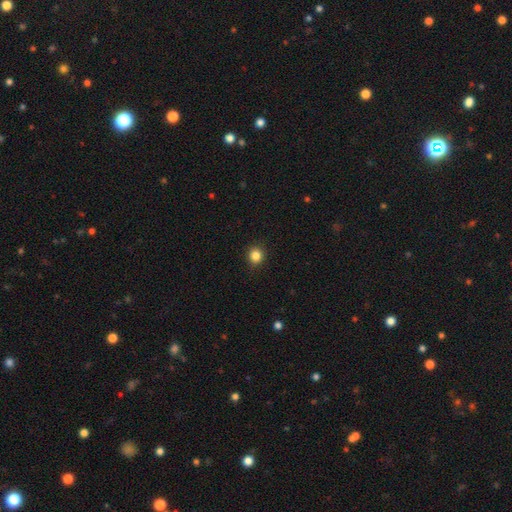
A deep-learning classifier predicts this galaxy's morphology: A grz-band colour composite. It shows a smooth galaxy with no disk features (85%) that is round (85%). Merging: none (90%).